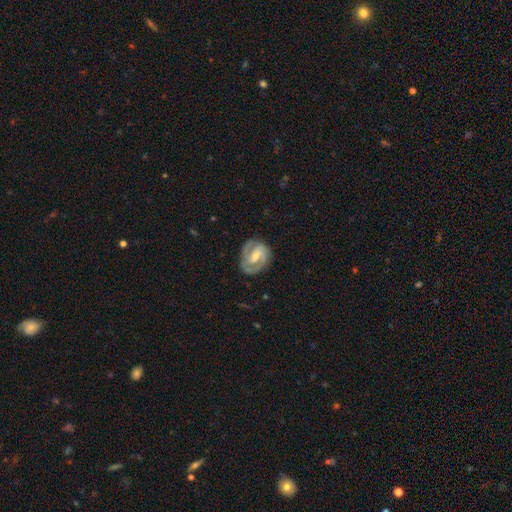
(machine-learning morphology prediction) featured or disk 84%, smooth 11%, star or artifact 5%. Down the decision tree: edge-on disk — no (98%); bar — weak (49%); spiral arms — yes (95%); spiral arm count — 2 (73%); spiral winding — tight (49%); bulge size — moderate (51%); merging — none (78%).